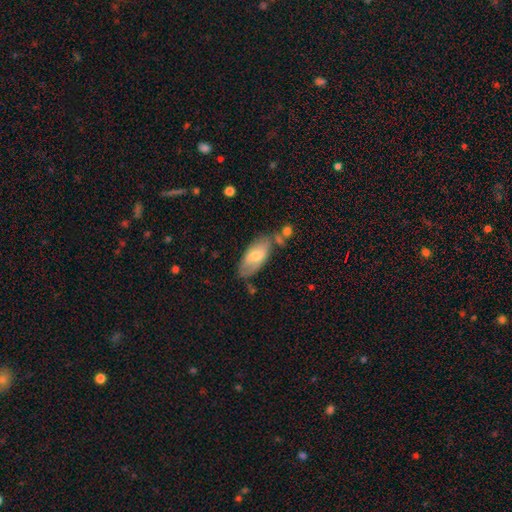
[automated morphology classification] This is likely a smooth galaxy (60%). How rounded: clearly in between (89%). Merging: likely none (61%).